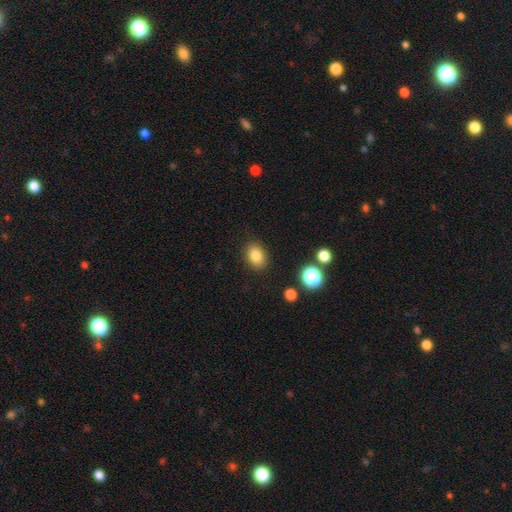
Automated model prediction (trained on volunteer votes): The model was most divided on "how rounded": in between: 60%, round: 39%, cigar-shaped: 1%. More confident: merging — none (87%); smooth or featured — smooth (83%).